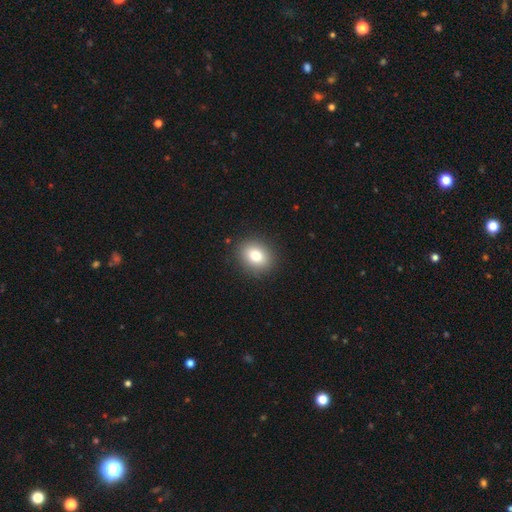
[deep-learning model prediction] This appears to be a smooth galaxy with no disk features (80%) that is round (55%). Merging: none (89%).